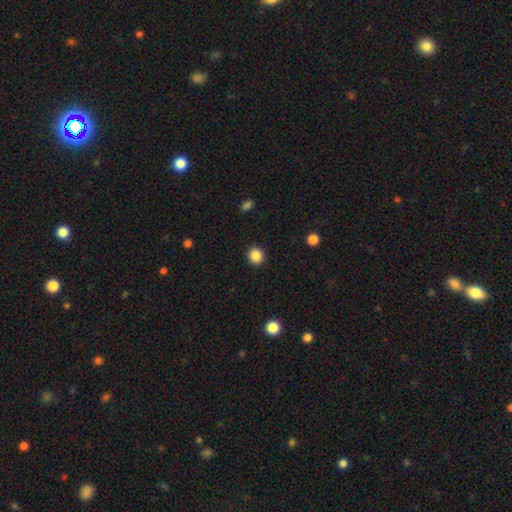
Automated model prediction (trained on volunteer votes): Smooth or featured?
  - smooth: 86% *
  - star or artifact: 10%
  - featured or disk: 3%
How rounded?
  - round: 89% *
  - in between: 10%
  - cigar-shaped: 1%
Merging?
  - none: 92% *
  - minor disturbance: 5%
  - major disturbance: 2%
  - merger: 1%